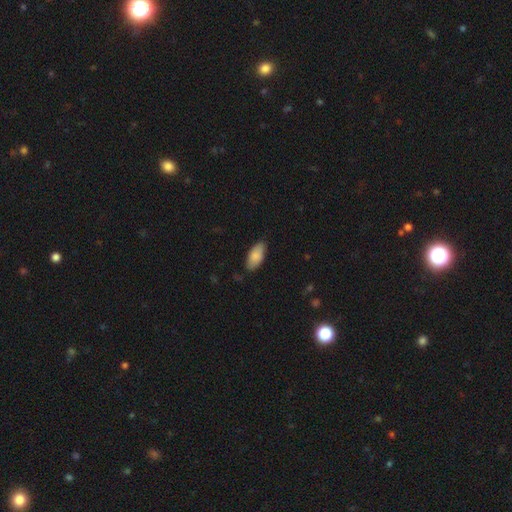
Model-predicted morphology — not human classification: Smooth or featured: smooth — 85% (featured or disk — 9%)
How rounded: in between — 90% (cigar-shaped — 8%)
Merging: none — 82% (minor disturbance — 15%)